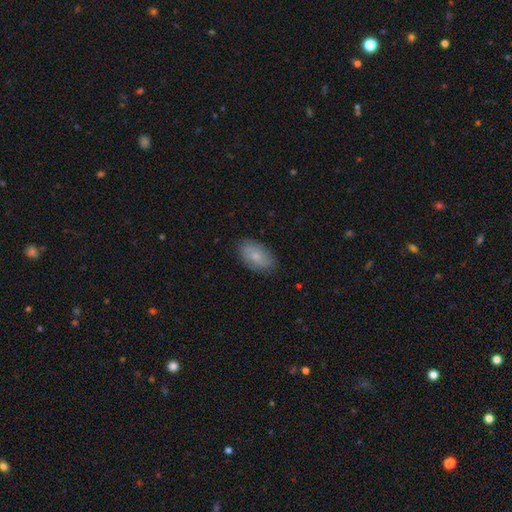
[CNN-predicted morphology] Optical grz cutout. It shows a smooth galaxy with no disk features (69%) that is in between round and cigar-shaped (92%). Merging: none (83%).